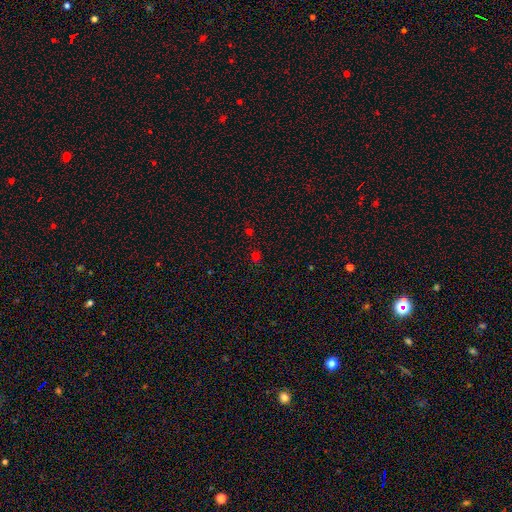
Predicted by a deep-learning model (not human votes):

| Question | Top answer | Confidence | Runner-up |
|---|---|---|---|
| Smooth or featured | smooth | 61% | star or artifact (33%) |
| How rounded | round | 70% | in between (29%) |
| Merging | none | 81% | minor disturbance (11%) |